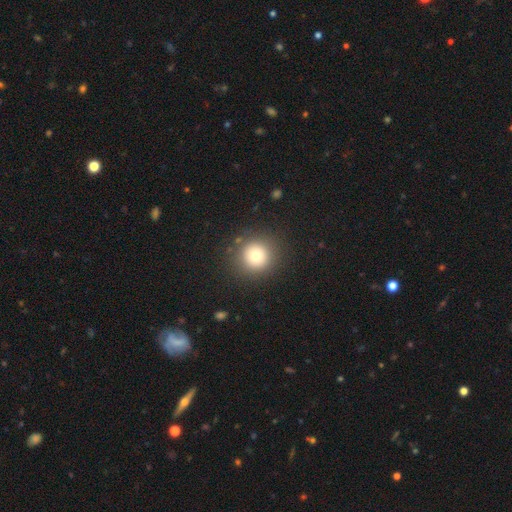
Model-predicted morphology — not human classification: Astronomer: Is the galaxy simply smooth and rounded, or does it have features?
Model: smooth — 75%.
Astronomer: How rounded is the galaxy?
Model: round — 94%.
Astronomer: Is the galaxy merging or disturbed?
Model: none — 88%.